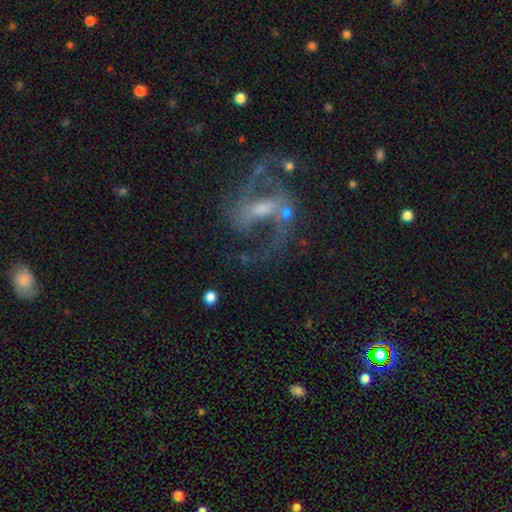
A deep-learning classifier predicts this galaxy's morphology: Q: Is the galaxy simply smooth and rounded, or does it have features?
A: featured or disk — 86%.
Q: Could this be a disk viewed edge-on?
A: no — 97%.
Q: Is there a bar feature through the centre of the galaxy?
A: strong — 44%.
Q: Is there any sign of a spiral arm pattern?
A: yes — 95%.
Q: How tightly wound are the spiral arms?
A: medium — 52%.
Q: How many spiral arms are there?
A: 2 — 91%.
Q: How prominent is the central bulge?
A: small — 50%.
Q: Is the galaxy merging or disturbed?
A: none — 66%.